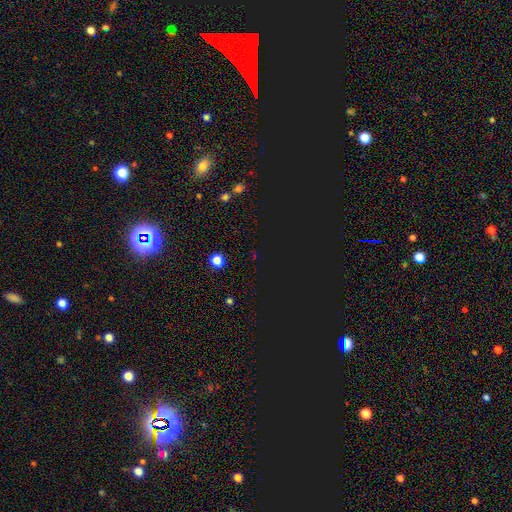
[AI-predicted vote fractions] Overall: star or artifact (73%).